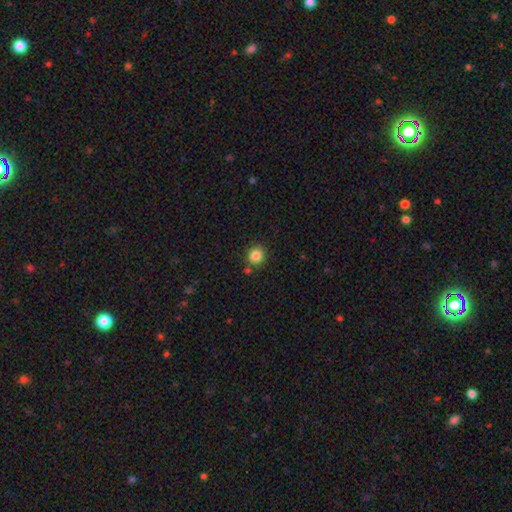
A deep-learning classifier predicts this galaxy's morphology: smooth 84%, star or artifact 11%, featured or disk 5%. Down the decision tree: how rounded — round (82%); merging — none (82%).